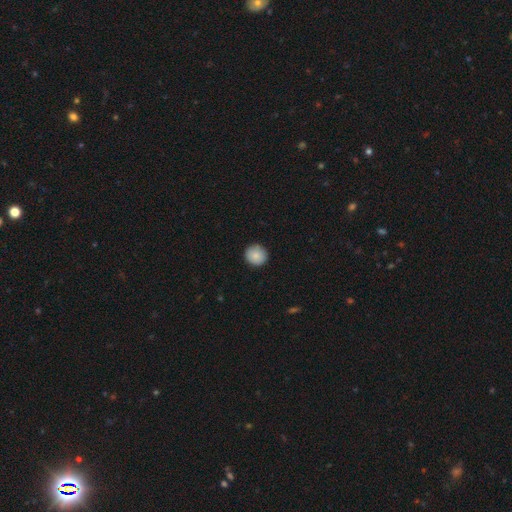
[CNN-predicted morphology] A smooth galaxy with no disk features (86%) that is round (91%). Merging: none (90%).